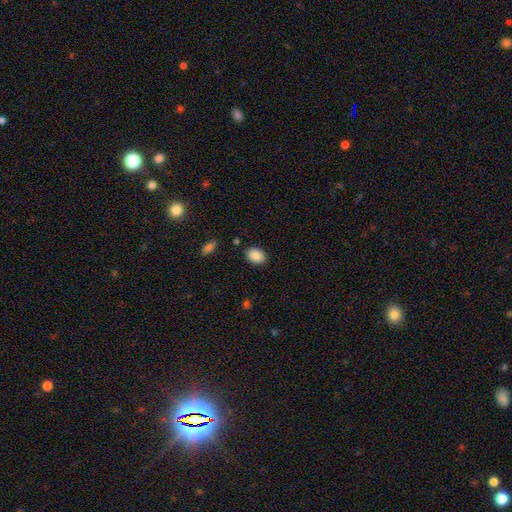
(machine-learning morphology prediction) smooth-or-featured: smooth: 89% | star or artifact: 8% | featured or disk: 4%
  how-rounded: in between: 77% | round: 22% | cigar-shaped: 1%
  merging: none: 85% | minor disturbance: 10% | major disturbance: 3% | merger: 2%